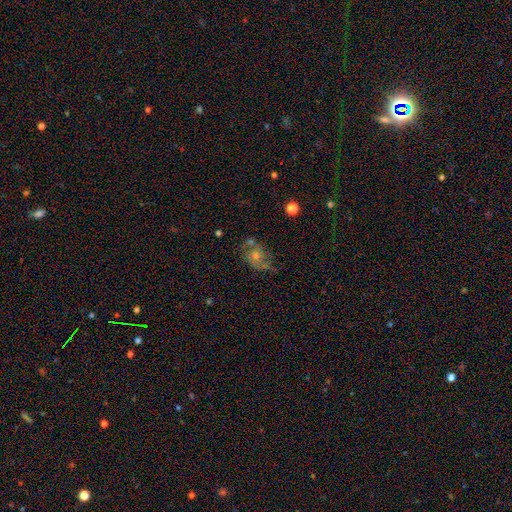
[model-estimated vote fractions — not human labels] featured or disk 58%, smooth 26%, star or artifact 16%. Down the decision tree: edge-on disk — no (96%); bar — no (80%); spiral arms — yes (75%); bulge size — moderate (48%); merging — none (52%).